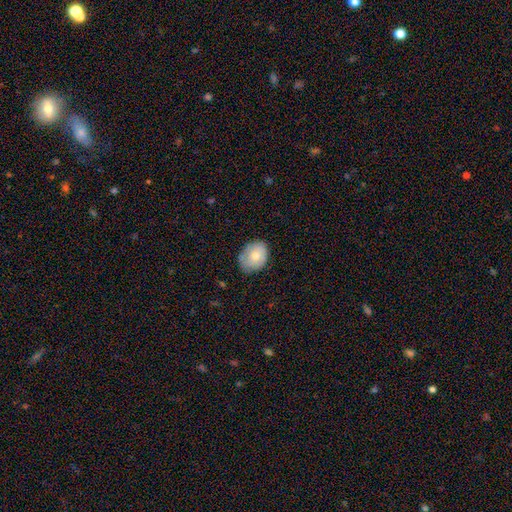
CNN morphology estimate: Smooth or featured: smooth — 68% (featured or disk — 25%)
How rounded: in between — 55% (round — 44%)
Merging: none — 71% (minor disturbance — 24%)